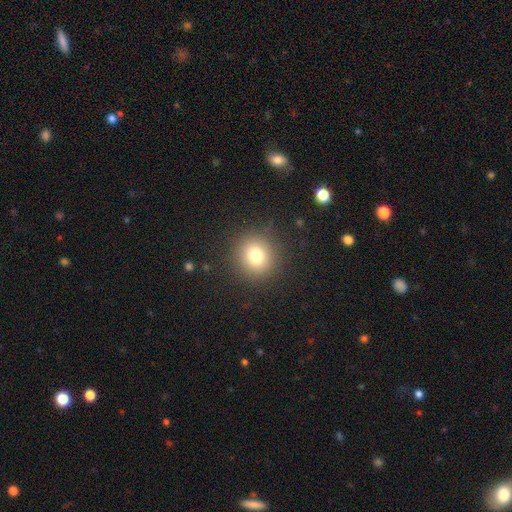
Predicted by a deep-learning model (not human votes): Overall: smooth (77%). How rounded: round (91%). Merging: none (89%).